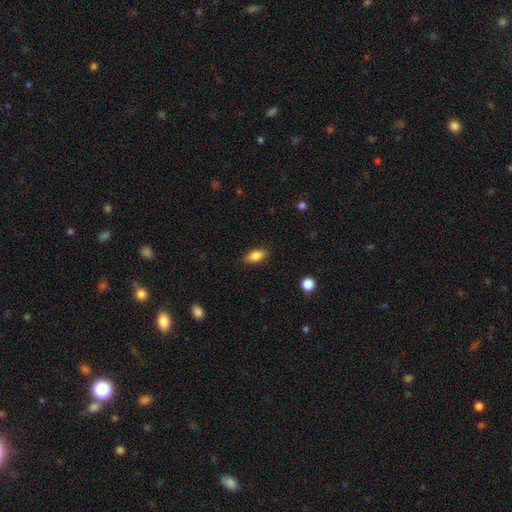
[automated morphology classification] smooth 84%, featured or disk 8%, star or artifact 8%. Down the decision tree: how rounded — in between (88%); merging — none (86%).